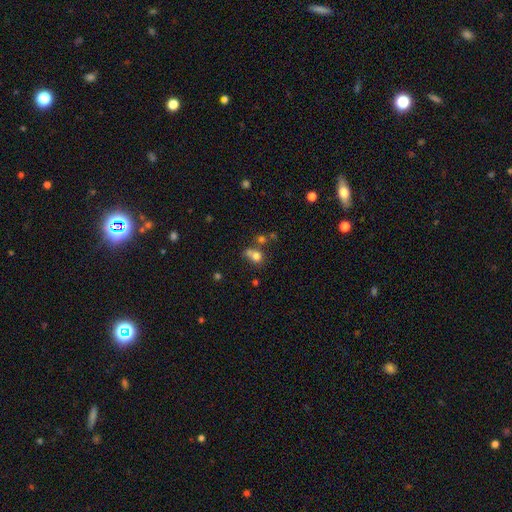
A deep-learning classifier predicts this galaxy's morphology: smooth 75%, star or artifact 14%, featured or disk 11%. Down the decision tree: how rounded — round (66%); merging — none (39%).